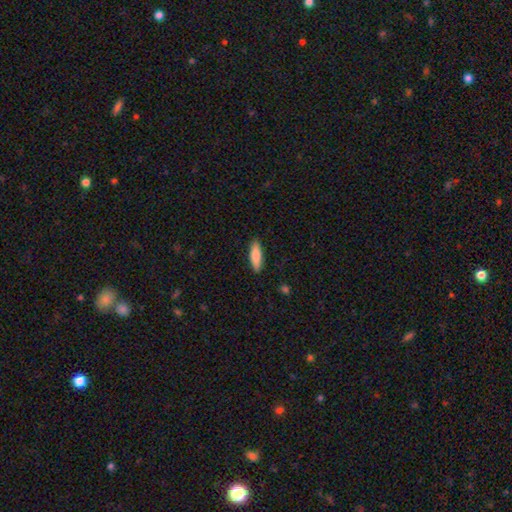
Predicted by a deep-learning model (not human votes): Overall: smooth (82%). How rounded: cigar-shaped (55%; in between 43%). Merging: none (88%).